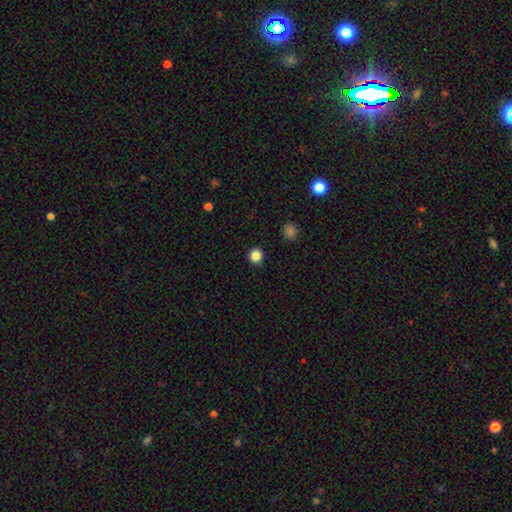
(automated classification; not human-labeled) Morphology: type=smooth (85%); roundness=round (94%); merging=none (93%).